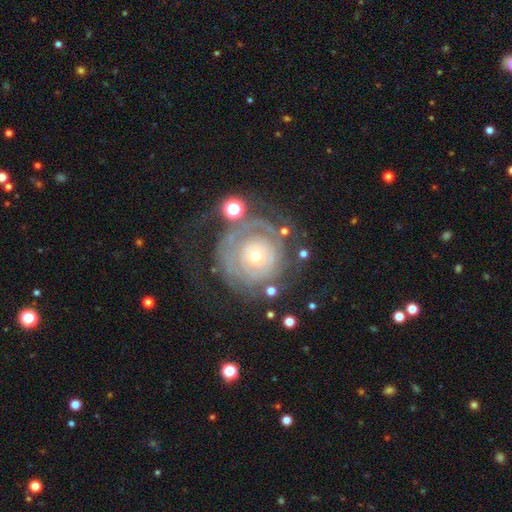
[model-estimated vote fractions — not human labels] Smooth or featured? featured or disk (75%)
Edge-on disk? no (97%)
Bar? no (88%)
Spiral arms? yes (75%)
Spiral winding? tight (78%)
Spiral arm count? can't tell (49%)
Bulge size? small (58%)
Merging? none (58%)